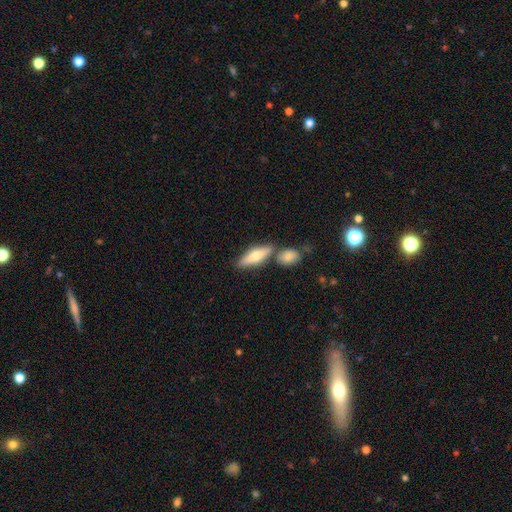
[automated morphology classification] smooth 60%, featured or disk 33%, star or artifact 6%. Down the decision tree: how rounded — in between (50%); merging — none (66%).